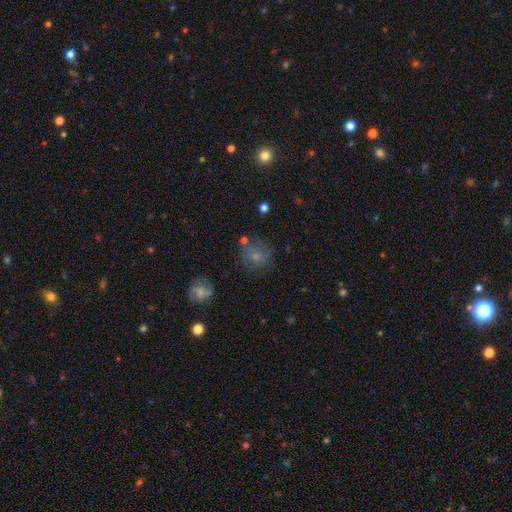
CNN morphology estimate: Smooth or featured?
  - smooth: 60% *
  - featured or disk: 29%
  - star or artifact: 11%
How rounded?
  - round: 83% *
  - in between: 16%
  - cigar-shaped: 1%
Merging?
  - none: 65% *
  - minor disturbance: 20%
  - major disturbance: 9%
  - merger: 6%